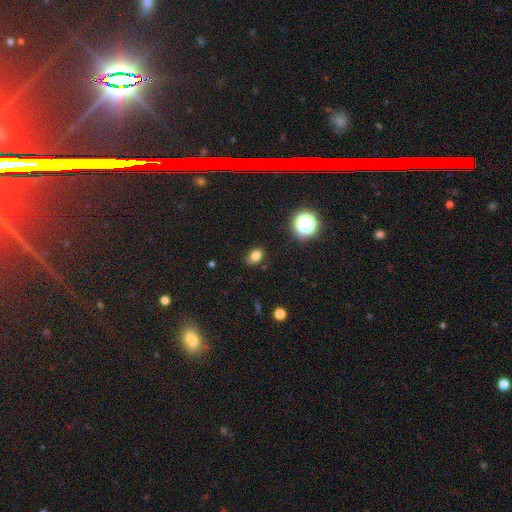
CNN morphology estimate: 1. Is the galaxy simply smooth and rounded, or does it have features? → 78% smooth, 15% star or artifact, 7% featured or disk.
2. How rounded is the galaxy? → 73% in between, 26% round, 1% cigar-shaped.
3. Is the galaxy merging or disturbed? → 80% none, 15% minor disturbance, 3% major disturbance, 2% merger.